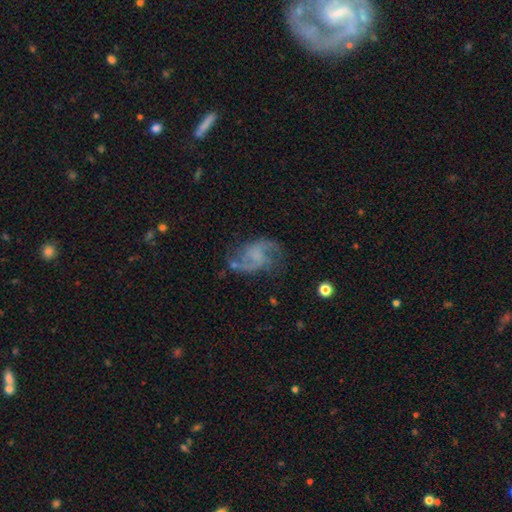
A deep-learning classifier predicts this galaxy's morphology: Smooth or featured? Predicted: featured or disk (p=0.80). Edge-on disk? Predicted: no (p=0.98). Bar? Predicted: no (p=0.55). Spiral arms? Predicted: yes (p=0.93). Spiral winding? Predicted: loose (p=0.46). Spiral arm count? Predicted: 2 (p=0.86). Bulge size? Predicted: none (p=0.65). Merging? Predicted: none (p=0.63).